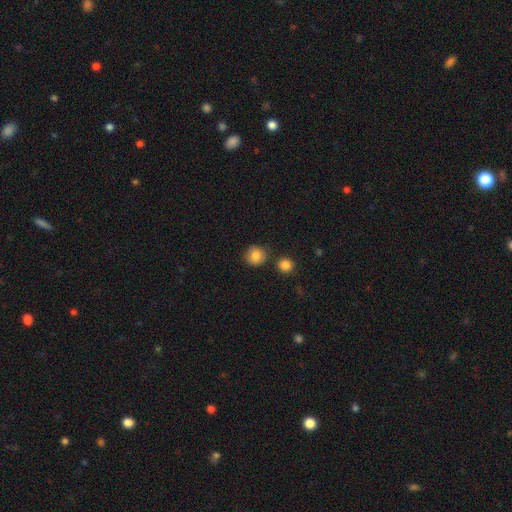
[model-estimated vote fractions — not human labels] Smooth or featured? Predicted: smooth (p=0.85). How rounded? Predicted: round (p=0.91). Merging? Predicted: none (p=0.81).